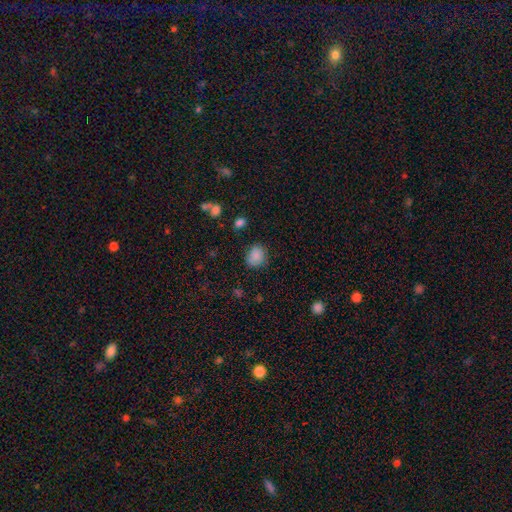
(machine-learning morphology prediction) Smooth or featured? Predicted: smooth (p=0.84). How rounded? Predicted: round (p=0.57). Merging? Predicted: none (p=0.75).